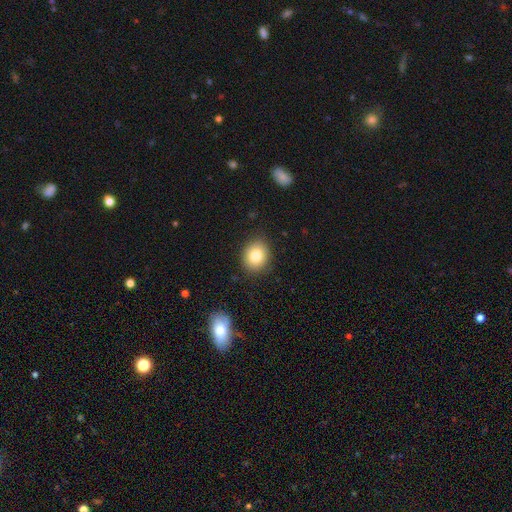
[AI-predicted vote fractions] This appears to be a smooth galaxy with no disk features (81%) that is round (65%). Merging: none (88%).